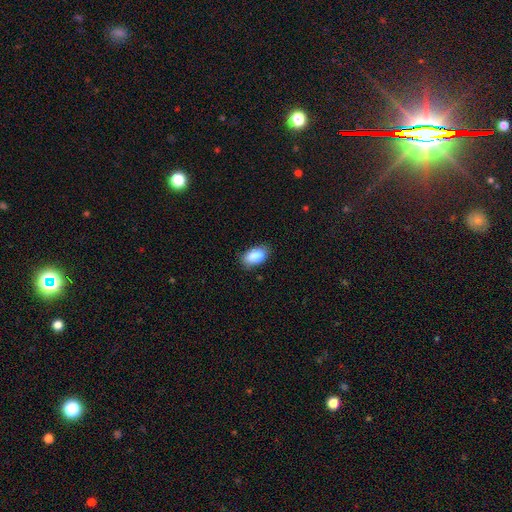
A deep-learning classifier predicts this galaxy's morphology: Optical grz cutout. It shows a smooth galaxy with no disk features (88%) that is in between round and cigar-shaped (93%). Merging: none (77%).